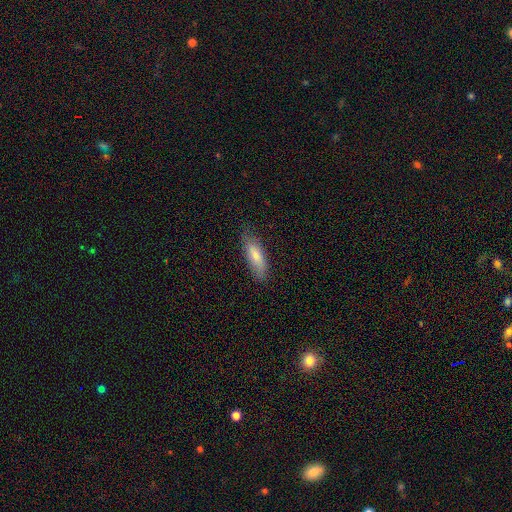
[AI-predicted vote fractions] Smooth or featured? Predicted: smooth (p=0.77). How rounded? Predicted: in between (p=0.53). Merging? Predicted: none (p=0.77).